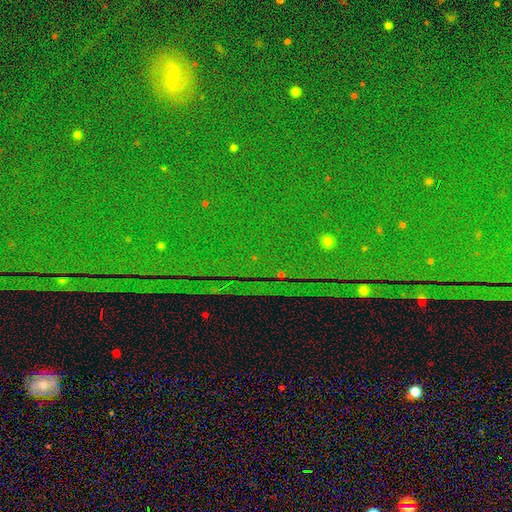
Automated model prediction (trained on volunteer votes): Overall: star or artifact (83%).